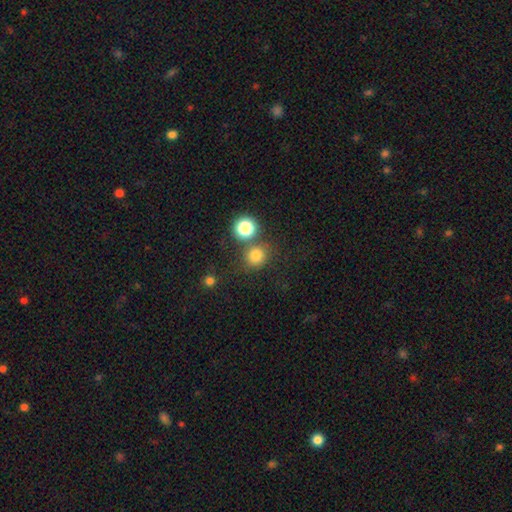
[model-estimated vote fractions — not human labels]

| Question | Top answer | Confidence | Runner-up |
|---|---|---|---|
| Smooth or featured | smooth | 77% | star or artifact (17%) |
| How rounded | round | 87% | in between (12%) |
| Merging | none | 71% | merger (16%) |